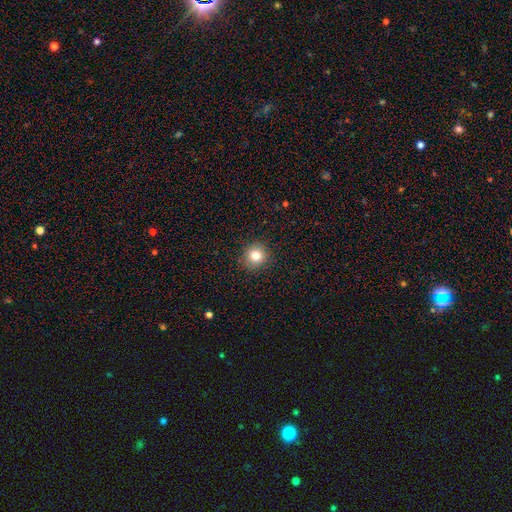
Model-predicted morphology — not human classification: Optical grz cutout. It shows a smooth galaxy with no disk features (81%) that is round (91%). Merging: none (90%).